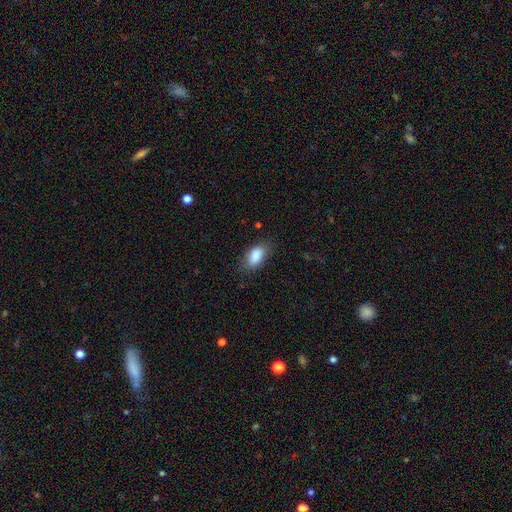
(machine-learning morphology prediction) This appears to be a smooth galaxy with no disk features (87%) that is in between round and cigar-shaped (91%). Merging: none (75%).